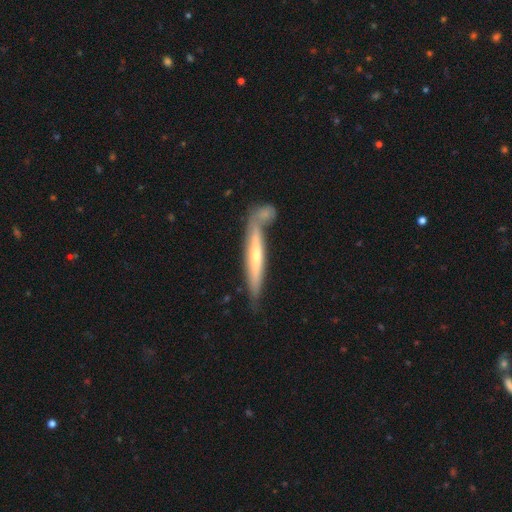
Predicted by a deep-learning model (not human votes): A featured or disk galaxy (55%) viewed edge-on (90%).

Vote fractions:
- Smooth or featured? featured or disk: 55% / smooth: 39% / star or artifact: 5%
- Edge-on disk? yes: 90% / no: 10%
- Merging? none: 54% / merger: 27% / minor disturbance: 14% / major disturbance: 5%